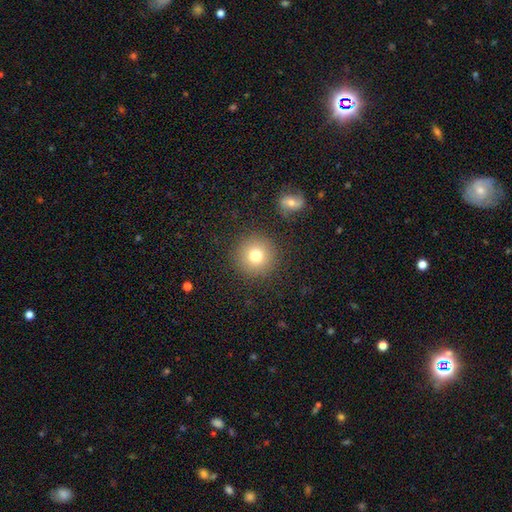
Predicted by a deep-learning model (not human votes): Smooth or featured?
  - smooth: 77% *
  - star or artifact: 12%
  - featured or disk: 11%
How rounded?
  - round: 95% *
  - in between: 4%
  - cigar-shaped: 1%
Merging?
  - none: 88% *
  - minor disturbance: 7%
  - major disturbance: 3%
  - merger: 2%